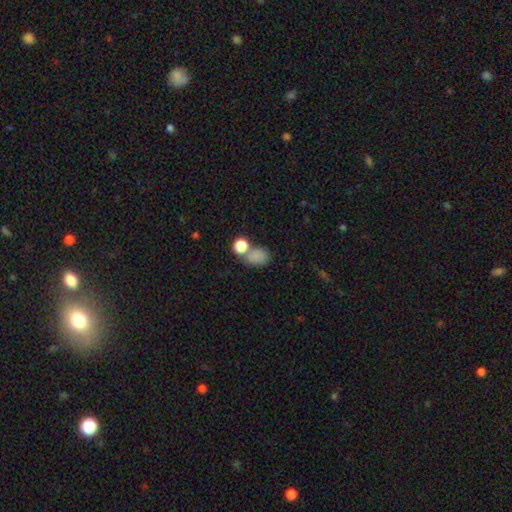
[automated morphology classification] This is likely a smooth galaxy (80%). How rounded: likely in between (64%). Merging: possibly none (47%).